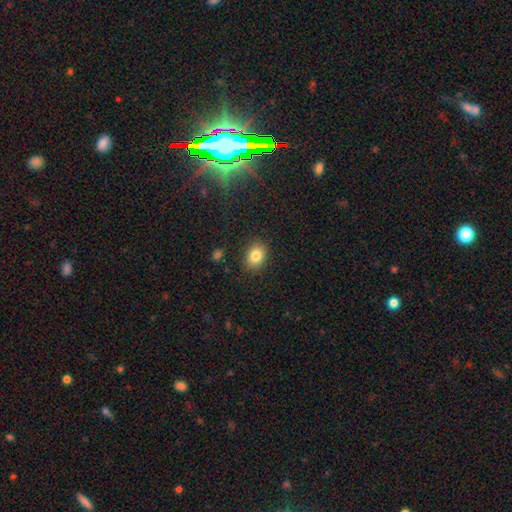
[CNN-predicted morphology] smooth_or_featured: smooth (p=0.84) [alt: star or artifact p=0.09]
how_rounded: in between (p=0.68) [alt: round p=0.31]
merging: none (p=0.86) [alt: minor disturbance p=0.10]